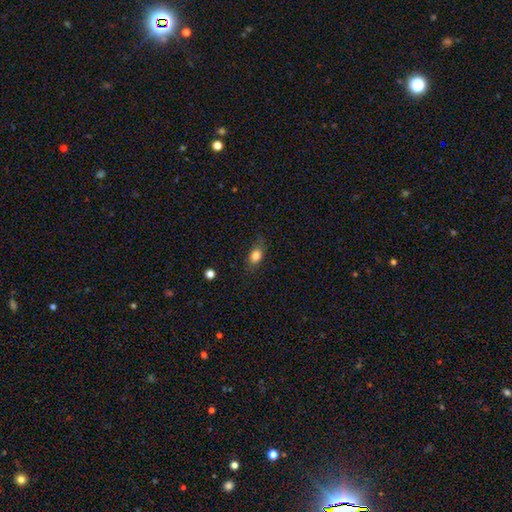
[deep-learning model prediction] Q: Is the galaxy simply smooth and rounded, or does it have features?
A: smooth — 82%.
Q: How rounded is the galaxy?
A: in between — 74%.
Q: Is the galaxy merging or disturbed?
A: none — 73%.